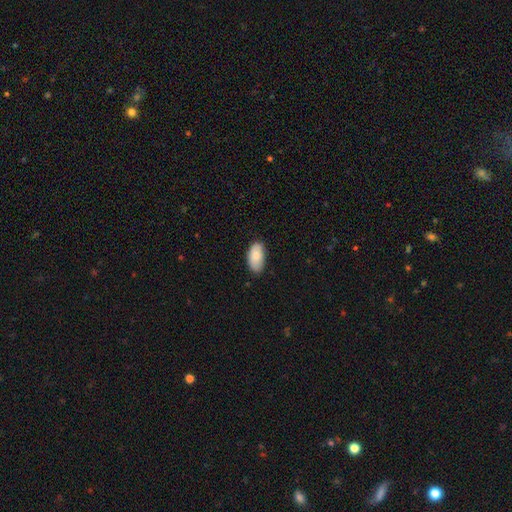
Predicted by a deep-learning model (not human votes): Overall: smooth (83%). How rounded: in between (95%). Merging: none (77%).